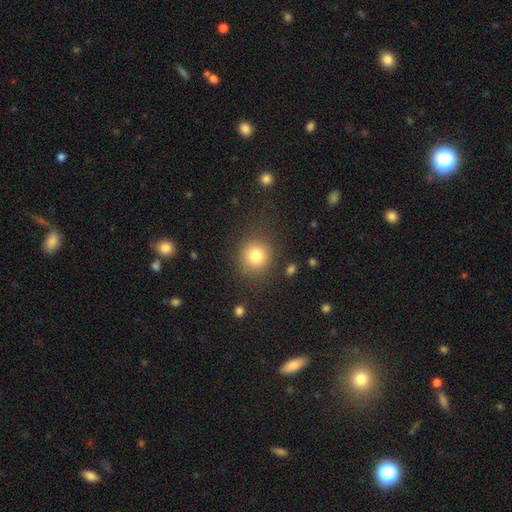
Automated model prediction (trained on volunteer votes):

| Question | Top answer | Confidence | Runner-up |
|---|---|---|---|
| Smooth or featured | smooth | 82% | star or artifact (10%) |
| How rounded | round | 88% | in between (11%) |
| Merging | none | 80% | minor disturbance (11%) |